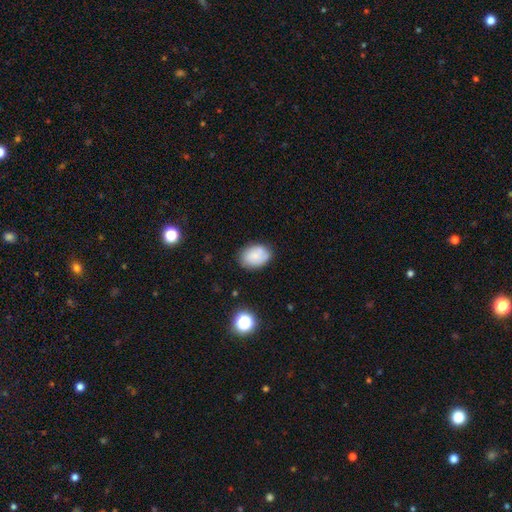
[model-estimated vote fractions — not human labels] Smooth or featured? Predicted: smooth (p=0.75). How rounded? Predicted: in between (p=0.77). Merging? Predicted: none (p=0.74).